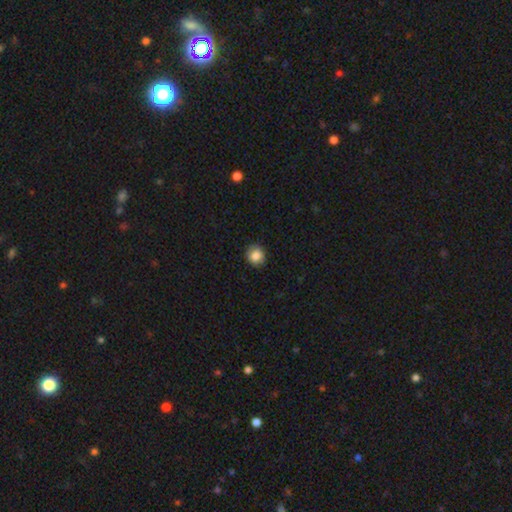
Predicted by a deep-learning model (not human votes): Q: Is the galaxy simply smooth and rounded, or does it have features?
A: smooth — 82%.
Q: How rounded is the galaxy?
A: round — 80%.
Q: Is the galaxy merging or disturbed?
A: none — 86%.